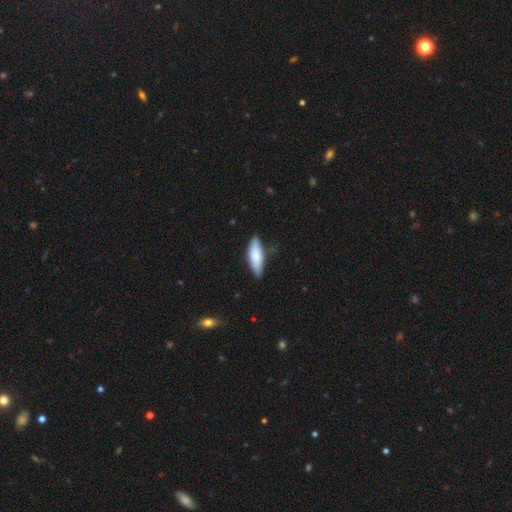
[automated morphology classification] smooth 80%, featured or disk 14%, star or artifact 5%. Down the decision tree: how rounded — in between (62%); merging — none (77%).